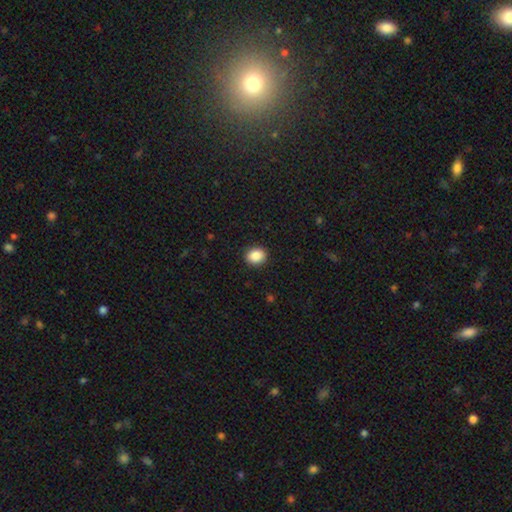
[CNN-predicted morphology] Smooth or featured? smooth (88%)
How rounded? round (58%)
Merging? none (91%)